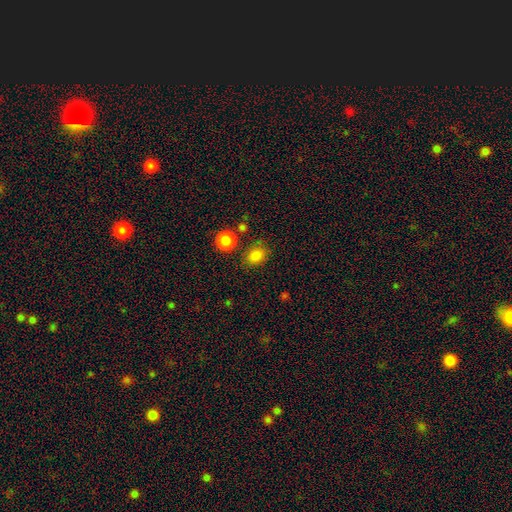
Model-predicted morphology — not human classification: Smooth or featured? Predicted: smooth (p=0.84). How rounded? Predicted: in between (p=0.54). Merging? Predicted: none (p=0.77).